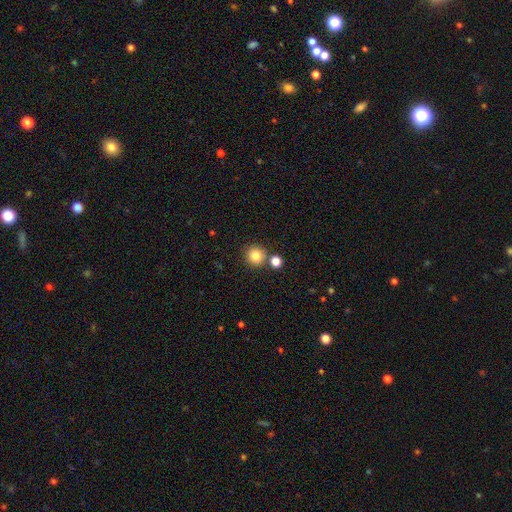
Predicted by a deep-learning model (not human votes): smooth_or_featured: smooth (p=0.82) [alt: star or artifact p=0.12]
how_rounded: round (p=0.94) [alt: in between p=0.05]
merging: none (p=0.79) [alt: merger p=0.12]